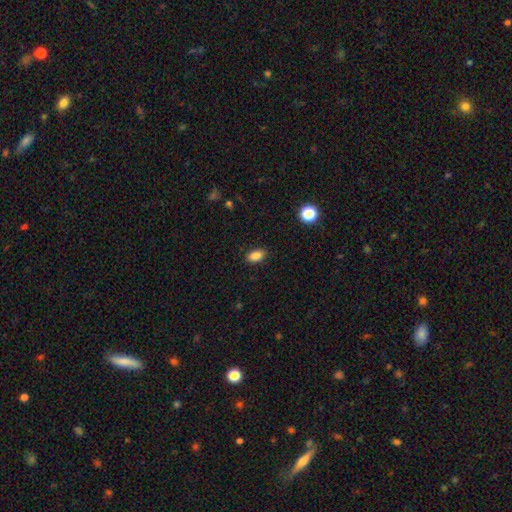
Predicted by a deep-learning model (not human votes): Smooth or featured? Predicted: smooth (p=0.87). How rounded? Predicted: in between (p=0.90). Merging? Predicted: none (p=0.88).